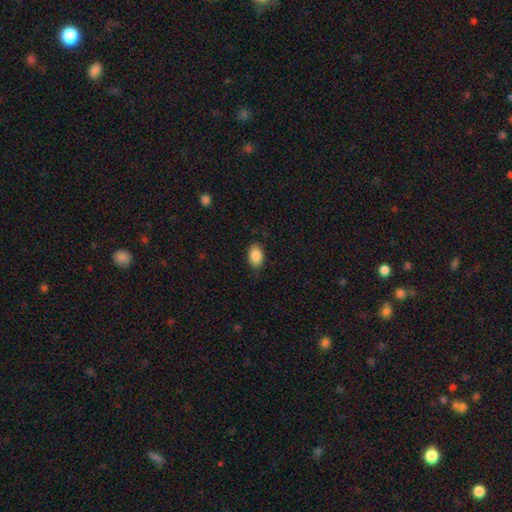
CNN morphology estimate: Q: Smooth or featured?
A: smooth (88%); runner-up: star or artifact (7%)
Q: How rounded?
A: in between (88%); runner-up: round (11%)
Q: Merging?
A: none (82%); runner-up: minor disturbance (14%)